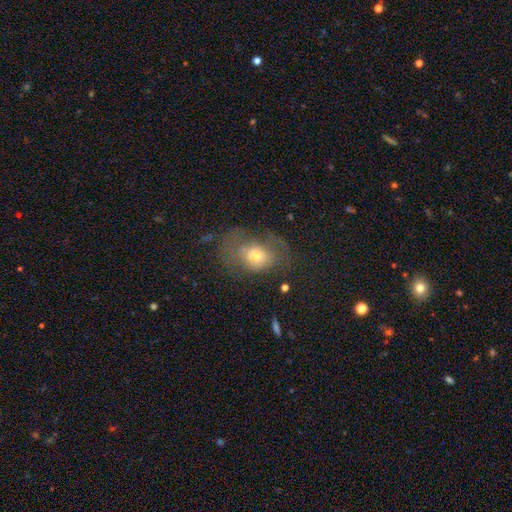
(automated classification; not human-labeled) A smooth galaxy with no disk features (57%) that is in between round and cigar-shaped (70%).

Vote fractions:
- Smooth or featured? smooth: 57% / featured or disk: 31% / star or artifact: 12%
- How rounded? in between: 70% / round: 29% / cigar-shaped: 1%
- Merging? none: 40% / major disturbance: 33% / minor disturbance: 24% / merger: 3%